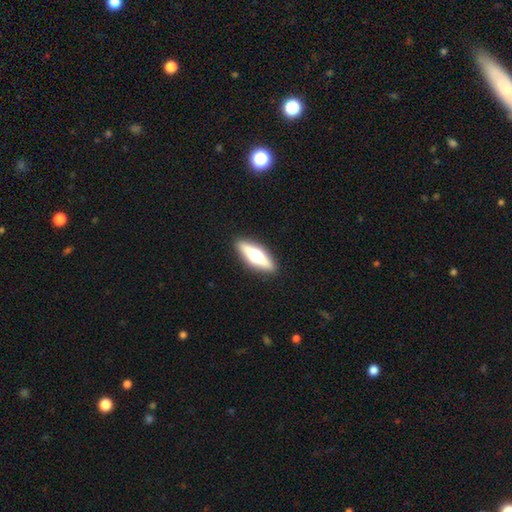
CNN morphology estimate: Smooth or featured? featured or disk (59%)
Edge-on disk? yes (93%)
Edge-on bulge? rounded (95%)
Merging? none (91%)